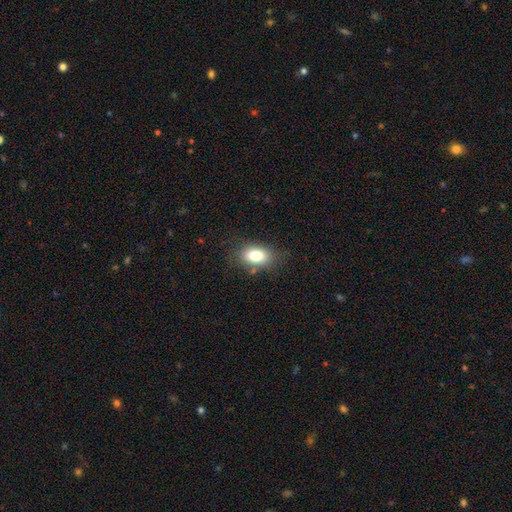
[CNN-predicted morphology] smooth_or_featured: smooth (p=0.80) [alt: featured or disk p=0.10]
how_rounded: in between (p=0.88) [alt: round p=0.10]
merging: none (p=0.80) [alt: minor disturbance p=0.14]